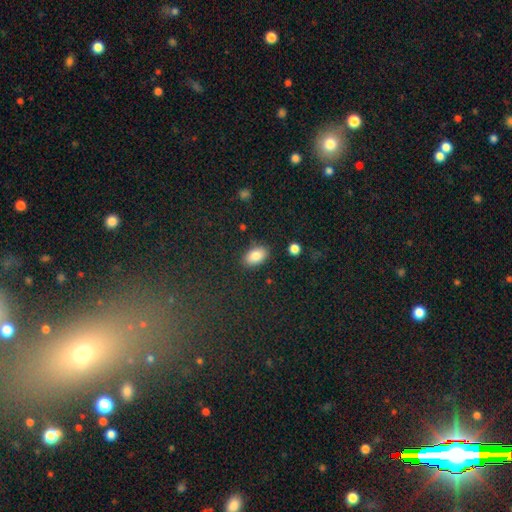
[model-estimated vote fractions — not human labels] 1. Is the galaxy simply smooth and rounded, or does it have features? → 84% smooth, 8% featured or disk, 8% star or artifact.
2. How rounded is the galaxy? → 91% in between, 8% round, 2% cigar-shaped.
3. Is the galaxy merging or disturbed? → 84% none, 11% minor disturbance, 3% major disturbance, 2% merger.